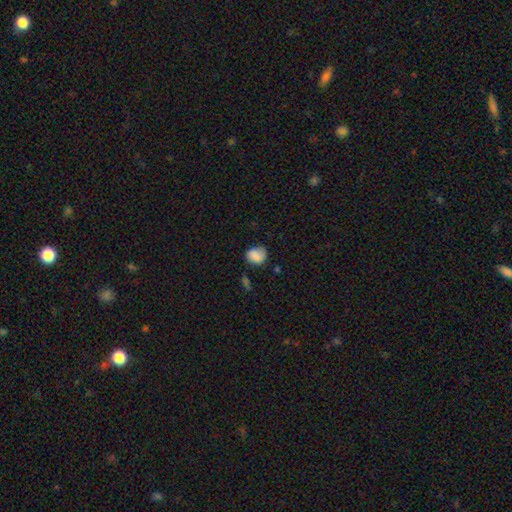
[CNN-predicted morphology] smooth-or-featured: smooth: 82% | featured or disk: 9% | star or artifact: 9%
  how-rounded: round: 59% | in between: 40% | cigar-shaped: 1%
  merging: none: 62% | minor disturbance: 26% | major disturbance: 7% | merger: 4%